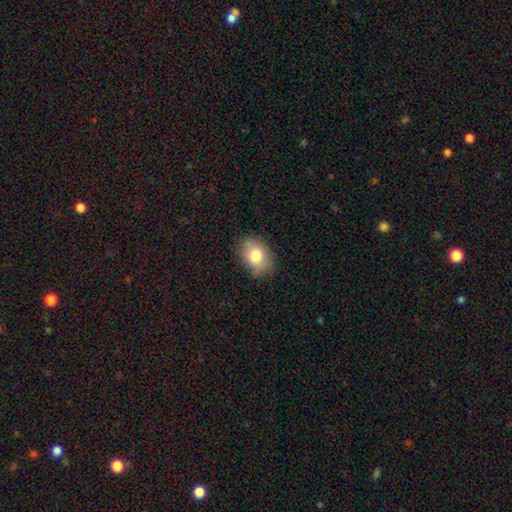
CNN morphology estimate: smooth-or-featured: smooth: 78% | featured or disk: 13% | star or artifact: 9%
  how-rounded: in between: 73% | round: 25% | cigar-shaped: 1%
  merging: none: 78% | minor disturbance: 17% | major disturbance: 4% | merger: 1%